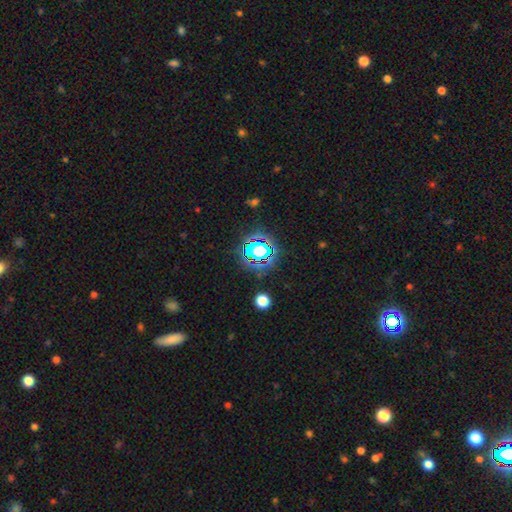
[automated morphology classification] This is likely a star or artifact rather than a galaxy (70%).